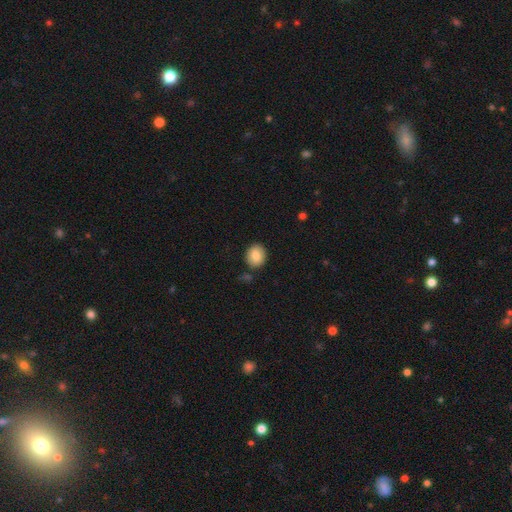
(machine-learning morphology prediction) Overall: smooth (85%). How rounded: round (70%). Merging: none (84%).